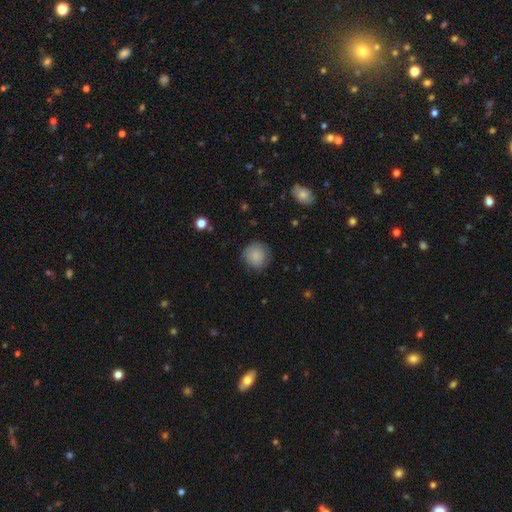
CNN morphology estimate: Overall: smooth (84%). How rounded: round (93%). Merging: none (81%).